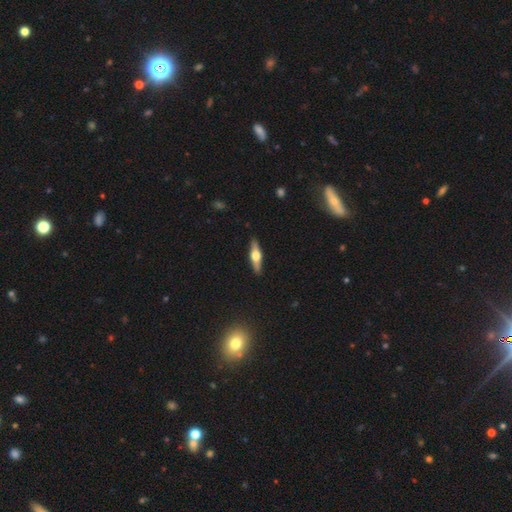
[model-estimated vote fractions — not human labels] Smooth or featured? featured or disk (63%)
Edge-on disk? yes (96%)
Edge-on bulge? rounded (95%)
Merging? none (90%)